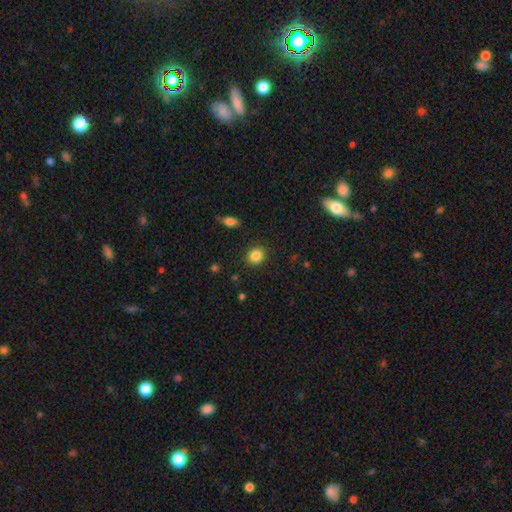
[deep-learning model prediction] A smooth galaxy with no disk features (85%) that is round (79%). Merging: none (88%).